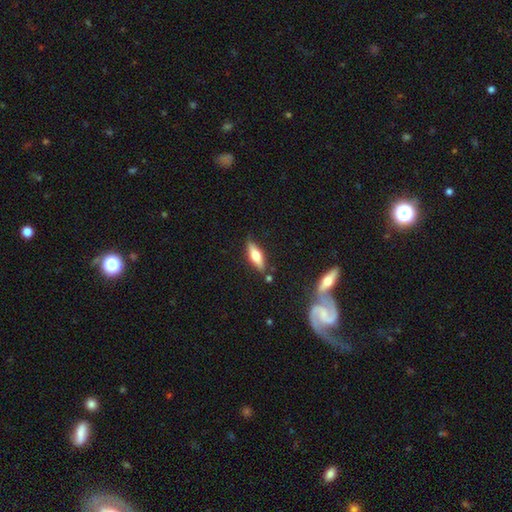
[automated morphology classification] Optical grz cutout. It shows a smooth galaxy with no disk features (51%) that is in between round and cigar-shaped (50%). Merging: none (82%).